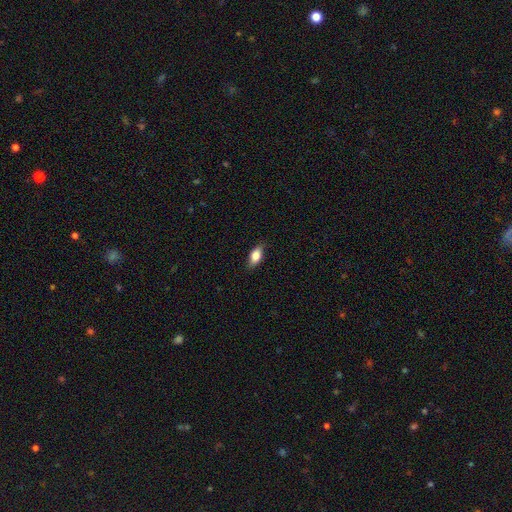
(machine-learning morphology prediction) A smooth galaxy with no disk features (79%) that is in between round and cigar-shaped (84%). Merging: none (82%).